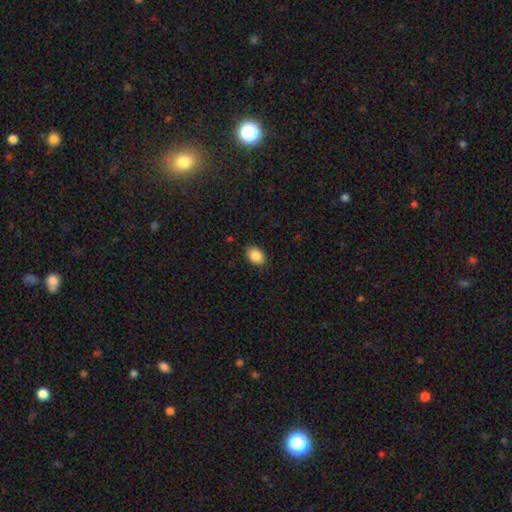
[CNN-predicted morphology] This appears to be a smooth galaxy with no disk features (88%) that is in between round and cigar-shaped (73%). Merging: none (87%).